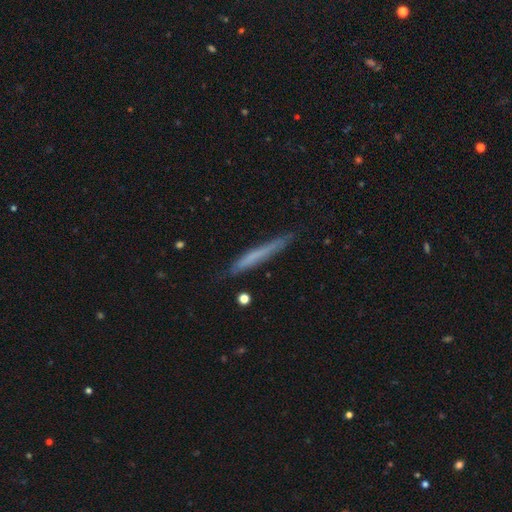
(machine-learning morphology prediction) Smooth or featured: smooth — 60% (featured or disk — 33%)
How rounded: cigar-shaped — 96% (in between — 3%)
Merging: none — 82% (minor disturbance — 14%)